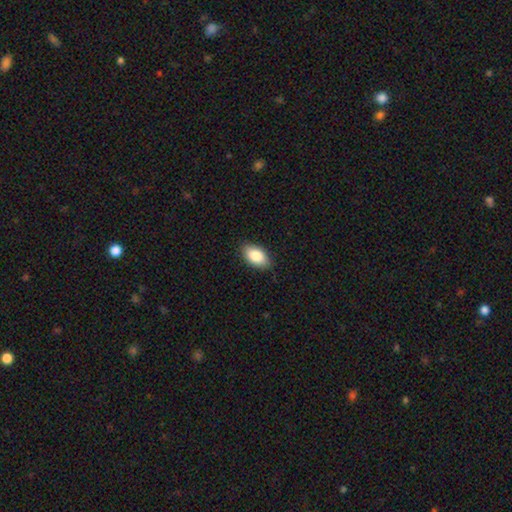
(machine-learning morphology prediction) Smooth or featured?
  - smooth: 87% *
  - featured or disk: 7%
  - star or artifact: 7%
How rounded?
  - in between: 94% *
  - round: 4%
  - cigar-shaped: 2%
Merging?
  - none: 87% *
  - minor disturbance: 10%
  - major disturbance: 2%
  - merger: 1%